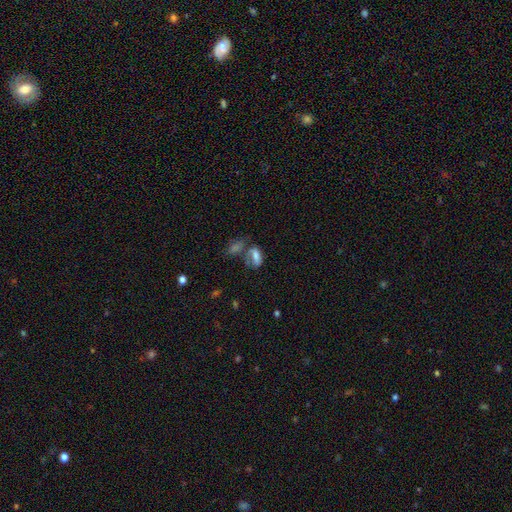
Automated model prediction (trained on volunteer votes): This appears to be a smooth galaxy with no disk features (67%) that is in between round and cigar-shaped (85%). Merging: none (36%).